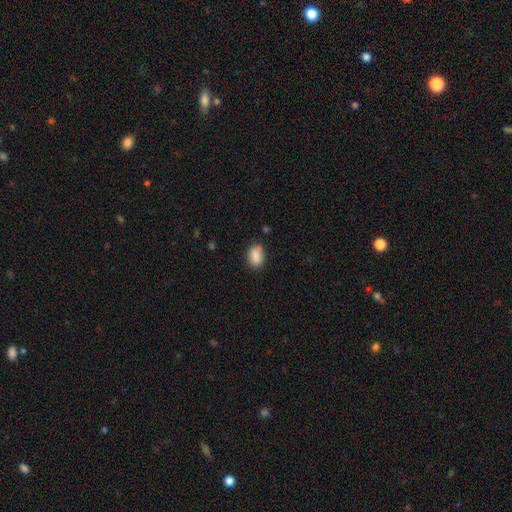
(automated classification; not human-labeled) A smooth galaxy with no disk features (86%) that is in between round and cigar-shaped (81%).

Vote fractions:
- Smooth or featured? smooth: 86% / star or artifact: 8% / featured or disk: 5%
- How rounded? in between: 81% / round: 18% / cigar-shaped: 2%
- Merging? none: 71% / minor disturbance: 20% / merger: 5% / major disturbance: 4%